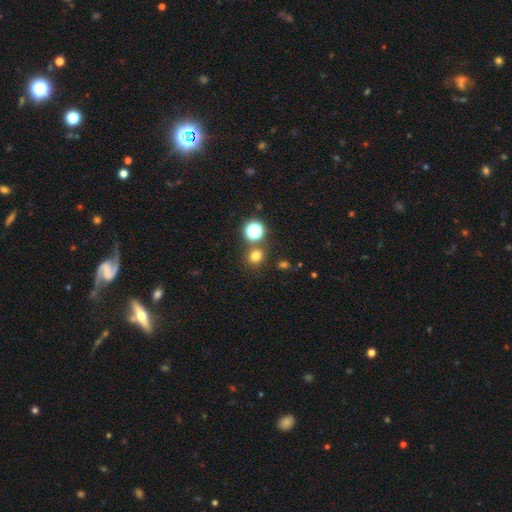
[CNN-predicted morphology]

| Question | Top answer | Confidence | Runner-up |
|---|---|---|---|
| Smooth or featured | smooth | 73% | star or artifact (21%) |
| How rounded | round | 85% | in between (14%) |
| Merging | none | 79% | merger (11%) |